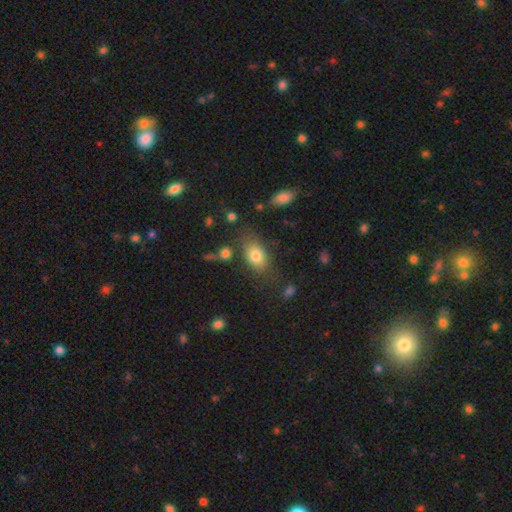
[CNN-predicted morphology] smooth-or-featured: smooth: 79% | featured or disk: 12% | star or artifact: 9%
  how-rounded: in between: 85% | round: 13% | cigar-shaped: 2%
  merging: none: 70% | minor disturbance: 17% | major disturbance: 7% | merger: 6%